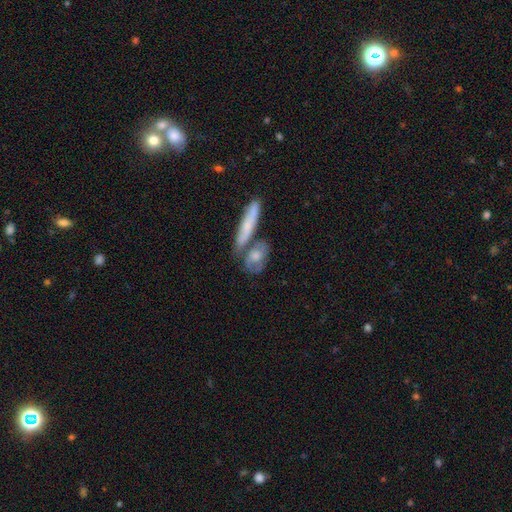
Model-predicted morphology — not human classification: The model was most divided on "merging": none: 40%, merger: 36%, minor disturbance: 16%, major disturbance: 8%. More confident: how rounded — in between (57%); smooth or featured — smooth (54%).